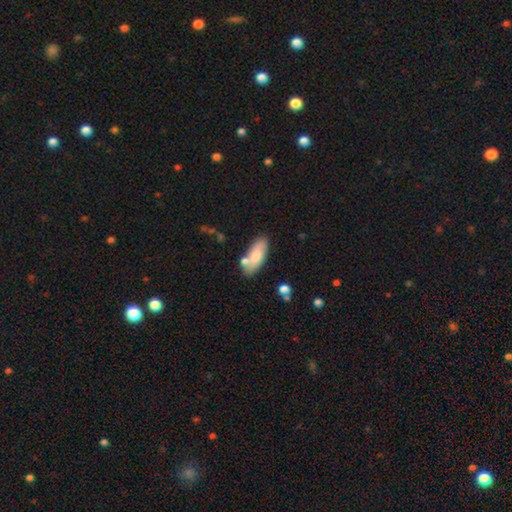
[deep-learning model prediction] A smooth galaxy with no disk features (77%) that is in between round and cigar-shaped (83%).

Vote fractions:
- Smooth or featured? smooth: 77% / featured or disk: 17% / star or artifact: 6%
- How rounded? in between: 83% / cigar-shaped: 15% / round: 2%
- Merging? none: 69% / minor disturbance: 15% / merger: 12% / major disturbance: 4%